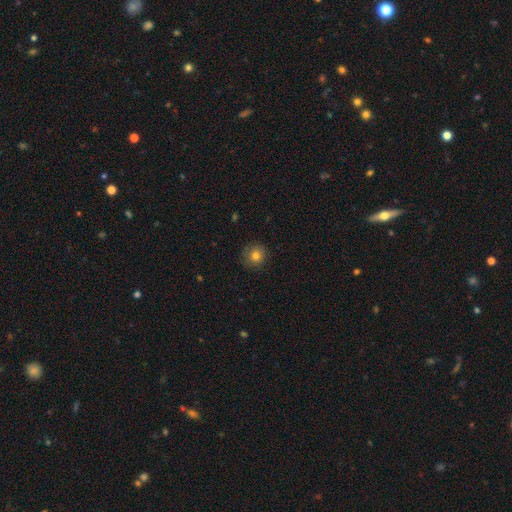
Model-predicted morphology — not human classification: Q: Smooth or featured?
A: smooth (80%); runner-up: star or artifact (12%)
Q: How rounded?
A: round (92%); runner-up: in between (7%)
Q: Merging?
A: none (86%); runner-up: minor disturbance (10%)